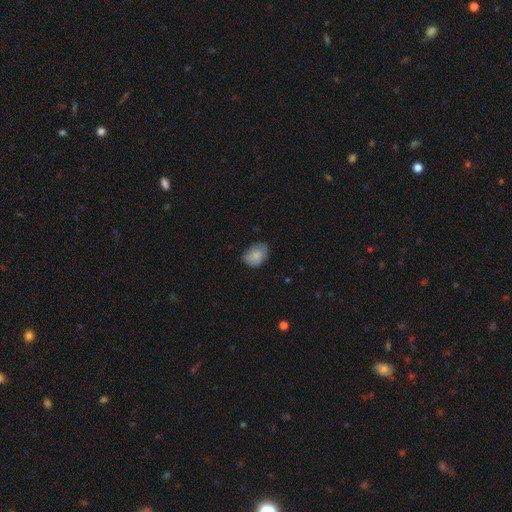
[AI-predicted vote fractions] Smooth or featured: smooth — 78% (featured or disk — 15%)
How rounded: in between — 78% (round — 21%)
Merging: none — 62% (minor disturbance — 30%)